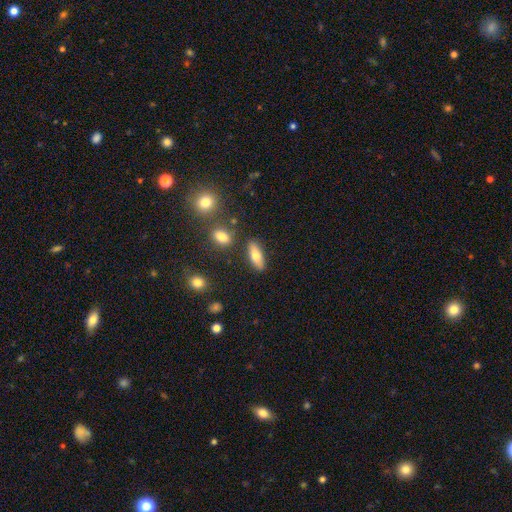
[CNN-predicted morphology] Smooth or featured: smooth — 68% (featured or disk — 25%)
How rounded: in between — 67% (cigar-shaped — 29%)
Merging: none — 84% (minor disturbance — 9%)